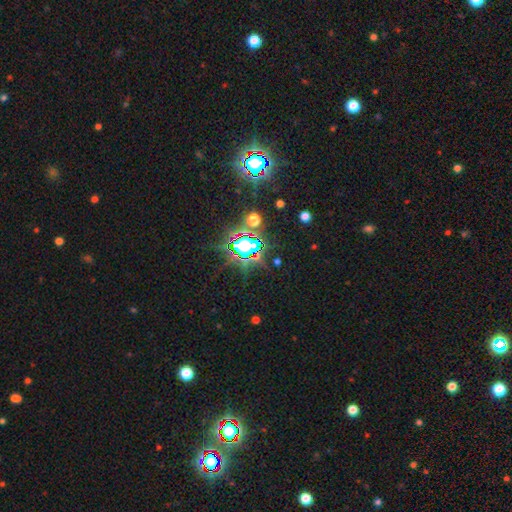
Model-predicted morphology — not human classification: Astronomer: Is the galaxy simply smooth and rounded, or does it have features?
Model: star or artifact — 79%.